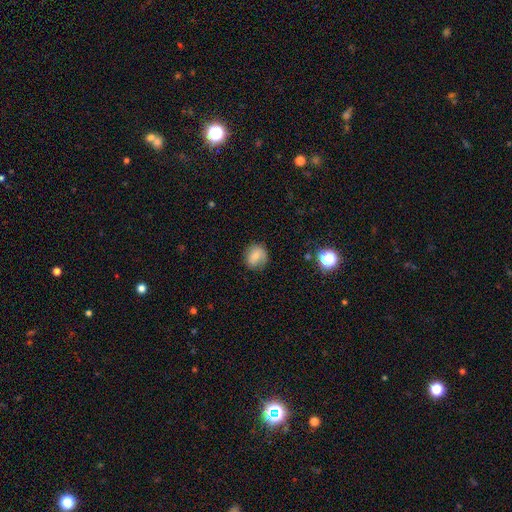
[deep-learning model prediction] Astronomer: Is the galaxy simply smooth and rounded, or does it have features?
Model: smooth — 70%.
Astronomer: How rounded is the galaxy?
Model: round — 76%.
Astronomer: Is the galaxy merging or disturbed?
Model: none — 74%.